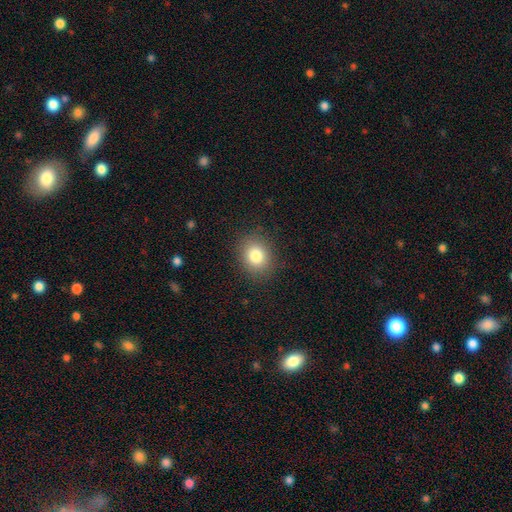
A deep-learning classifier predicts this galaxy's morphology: smooth 82%, star or artifact 11%, featured or disk 8%. Down the decision tree: how rounded — round (63%); merging — none (87%).